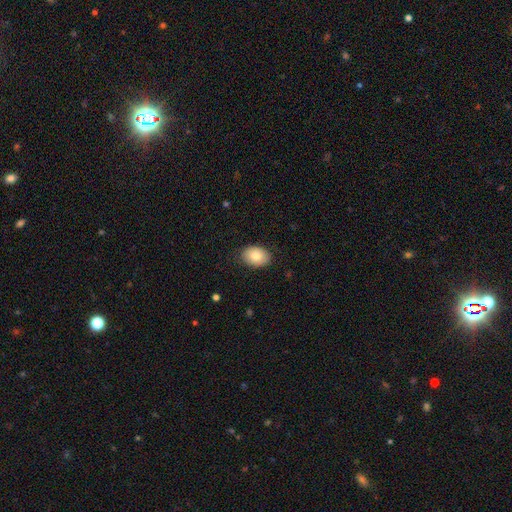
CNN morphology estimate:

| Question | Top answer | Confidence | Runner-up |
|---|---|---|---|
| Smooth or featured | smooth | 80% | featured or disk (13%) |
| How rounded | in between | 76% | round (23%) |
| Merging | none | 85% | minor disturbance (11%) |